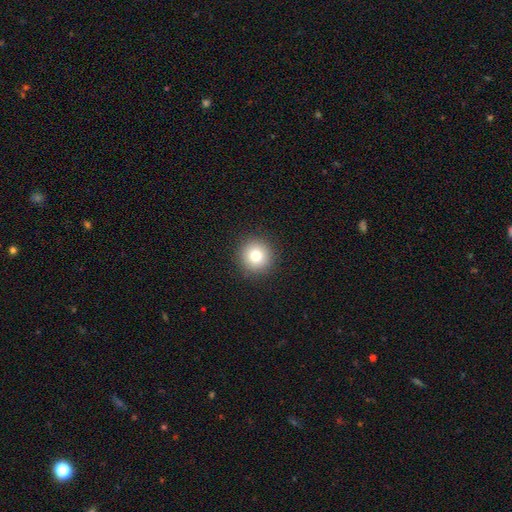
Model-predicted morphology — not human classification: Smooth or featured?
  - smooth: 78% *
  - star or artifact: 12%
  - featured or disk: 10%
How rounded?
  - round: 95% *
  - in between: 4%
  - cigar-shaped: 1%
Merging?
  - none: 92% *
  - minor disturbance: 5%
  - major disturbance: 2%
  - merger: 1%